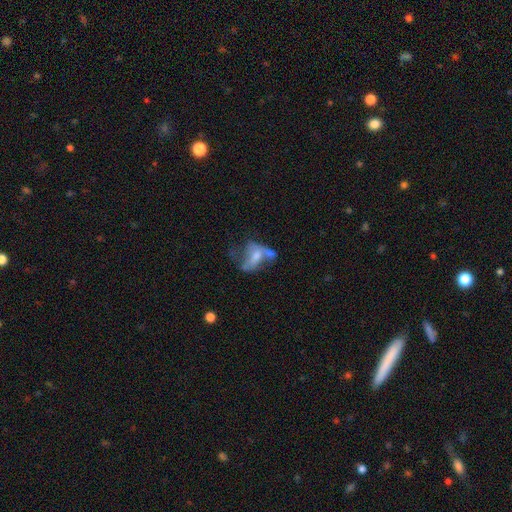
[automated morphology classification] A featured or disk galaxy (53%).

Vote fractions:
- Smooth or featured? featured or disk: 53% / smooth: 36% / star or artifact: 11%
- Edge-on disk? no: 93% / yes: 7%
- Merging? major disturbance: 36% / merger: 26% / none: 23% / minor disturbance: 16%